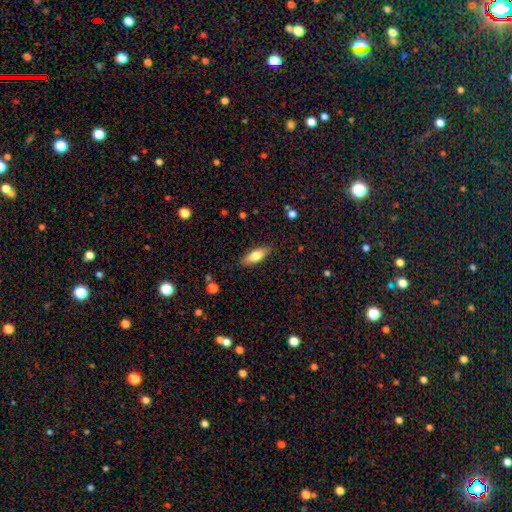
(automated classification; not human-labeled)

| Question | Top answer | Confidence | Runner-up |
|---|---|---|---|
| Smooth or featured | smooth | 70% | featured or disk (23%) |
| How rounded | in between | 65% | cigar-shaped (32%) |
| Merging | none | 86% | minor disturbance (10%) |